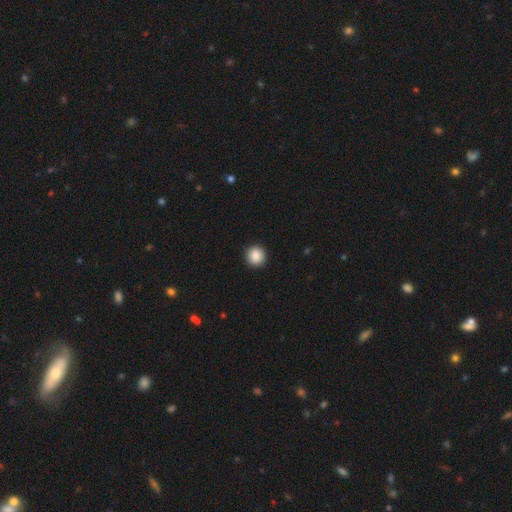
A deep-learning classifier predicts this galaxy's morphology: smooth_or_featured: smooth (p=0.88) [alt: star or artifact p=0.08]
how_rounded: round (p=0.93) [alt: in between p=0.06]
merging: none (p=0.92) [alt: minor disturbance p=0.05]